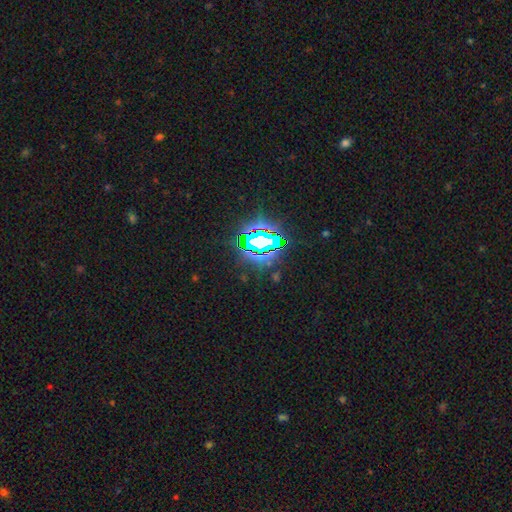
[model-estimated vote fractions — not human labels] A star or artifact, not a galaxy (80%).

Vote fractions:
- Smooth or featured? star or artifact: 80% / smooth: 12% / featured or disk: 8%